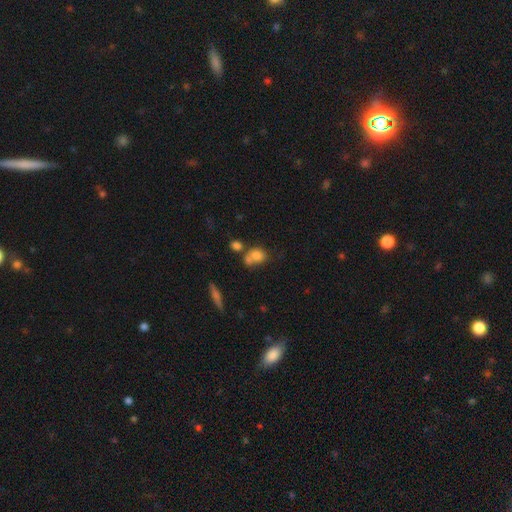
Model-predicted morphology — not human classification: Smooth or featured: smooth — 76% (featured or disk — 13%)
How rounded: round — 50% (in between — 48%)
Merging: merger — 43% (none — 35%)